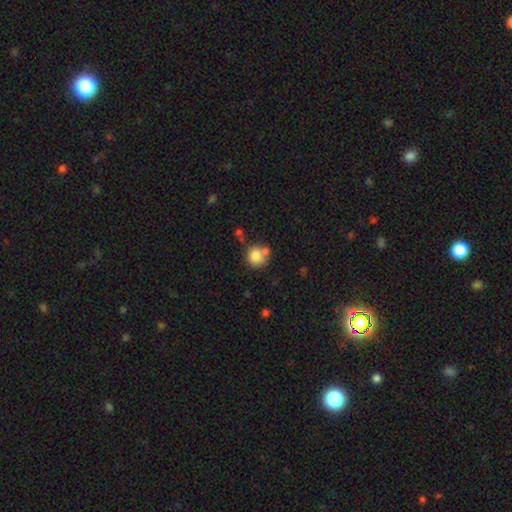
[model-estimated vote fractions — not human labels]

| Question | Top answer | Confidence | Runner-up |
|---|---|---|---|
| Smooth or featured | smooth | 81% | star or artifact (10%) |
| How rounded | round | 86% | in between (13%) |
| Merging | none | 54% | merger (25%) |